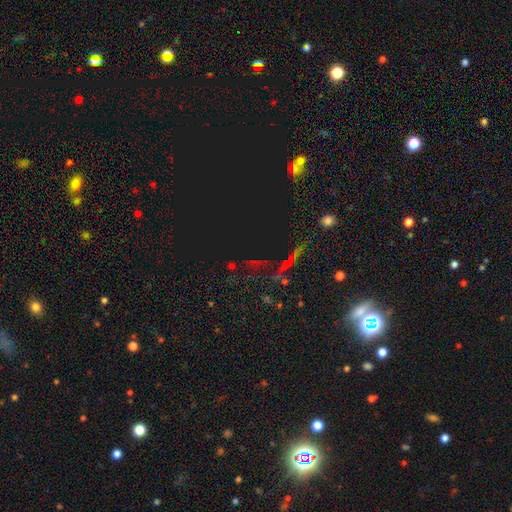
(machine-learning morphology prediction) This is likely a star or artifact rather than a galaxy (78%).